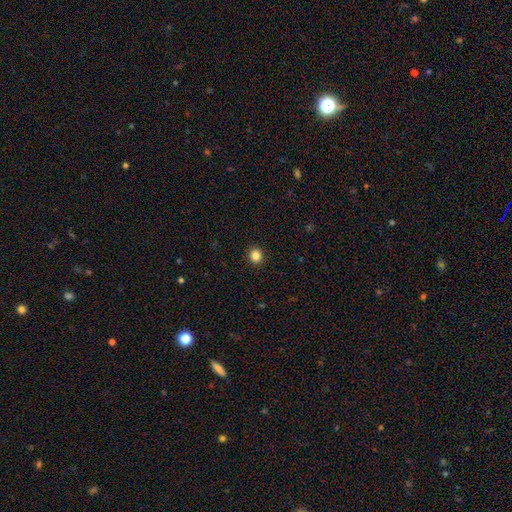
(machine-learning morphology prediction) type=smooth (85%); roundness=round (85%); merging=none (93%).